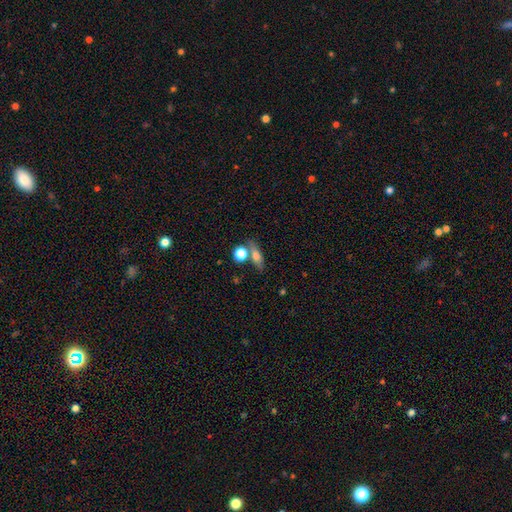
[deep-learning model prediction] This appears to be a smooth galaxy with no disk features (65%) that is in between round and cigar-shaped (46%). Merging: none (62%).